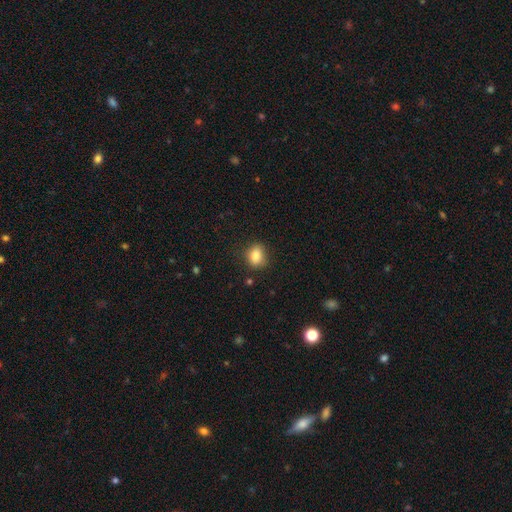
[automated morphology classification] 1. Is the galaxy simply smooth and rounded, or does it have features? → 84% smooth, 9% star or artifact, 6% featured or disk.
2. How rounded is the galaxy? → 55% in between, 44% round, 1% cigar-shaped.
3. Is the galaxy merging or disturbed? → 80% none, 15% minor disturbance, 4% major disturbance, 2% merger.